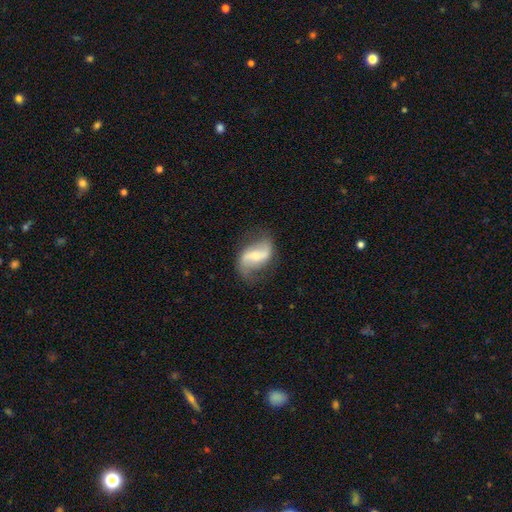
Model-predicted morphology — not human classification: Smooth or featured? Predicted: featured or disk (p=0.78). Edge-on disk? Predicted: no (p=0.96). Bar? Predicted: weak (p=0.42). Spiral arms? Predicted: yes (p=0.92). Spiral winding? Predicted: loose (p=0.76). Spiral arm count? Predicted: 2 (p=0.91). Bulge size? Predicted: small (p=0.44). Merging? Predicted: none (p=0.68).